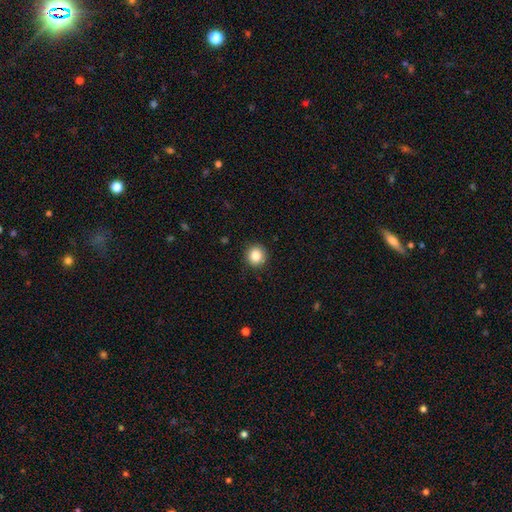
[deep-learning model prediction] This appears to be a smooth galaxy with no disk features (86%) that is round (92%). Merging: none (90%).